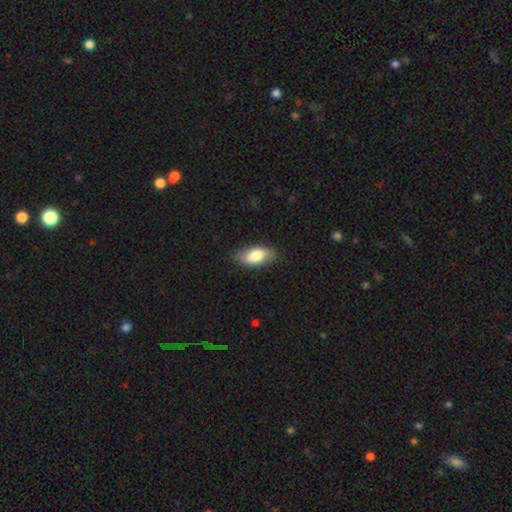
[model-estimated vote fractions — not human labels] This is likely a smooth galaxy (79%). How rounded: clearly in between (88%). Merging: clearly none (83%).